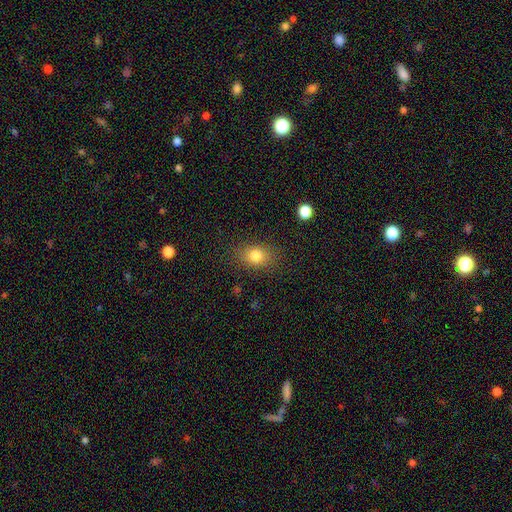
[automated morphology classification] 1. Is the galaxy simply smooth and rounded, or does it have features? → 81% smooth, 11% star or artifact, 8% featured or disk.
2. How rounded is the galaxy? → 63% in between, 36% round, 2% cigar-shaped.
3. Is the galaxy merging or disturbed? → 83% none, 12% minor disturbance, 4% major disturbance, 1% merger.